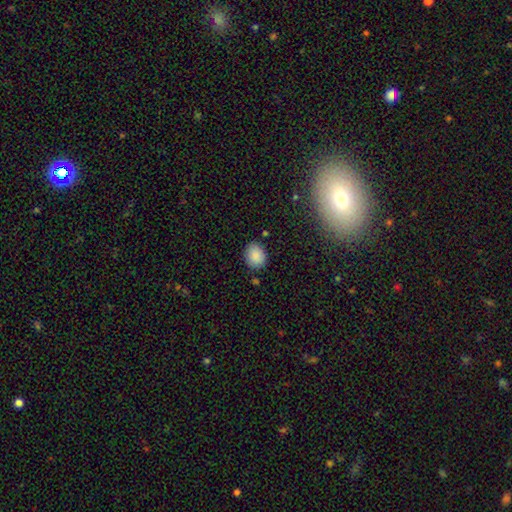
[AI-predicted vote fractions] Morphology: type=smooth (88%); roundness=in between (51%); merging=none (81%).